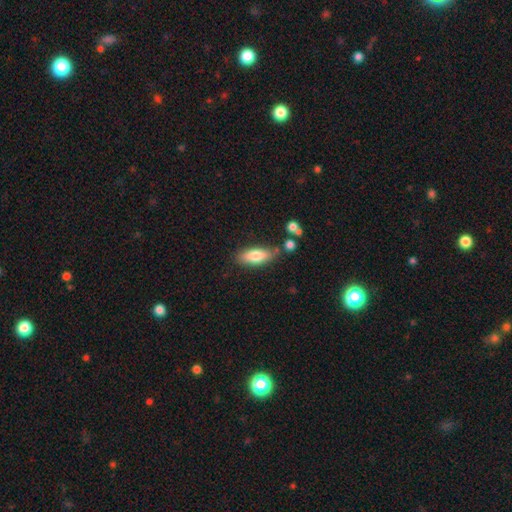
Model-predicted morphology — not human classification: The model was most divided on "how rounded": in between: 72%, cigar-shaped: 26%, round: 3%. More confident: smooth or featured — smooth (76%); merging — none (75%).